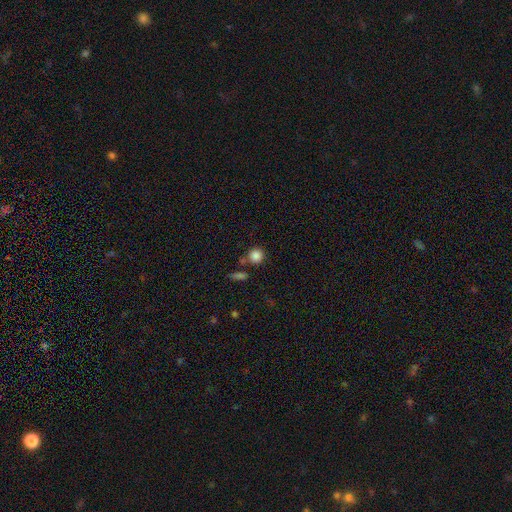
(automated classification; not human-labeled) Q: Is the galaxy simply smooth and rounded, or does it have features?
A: smooth — 85%.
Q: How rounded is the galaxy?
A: round — 91%.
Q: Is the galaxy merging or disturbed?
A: none — 74%.